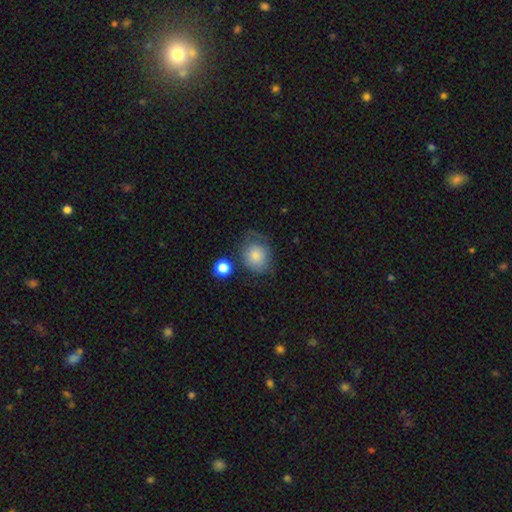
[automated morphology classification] smooth 80%, featured or disk 12%, star or artifact 9%. Down the decision tree: how rounded — round (62%); merging — none (53%).